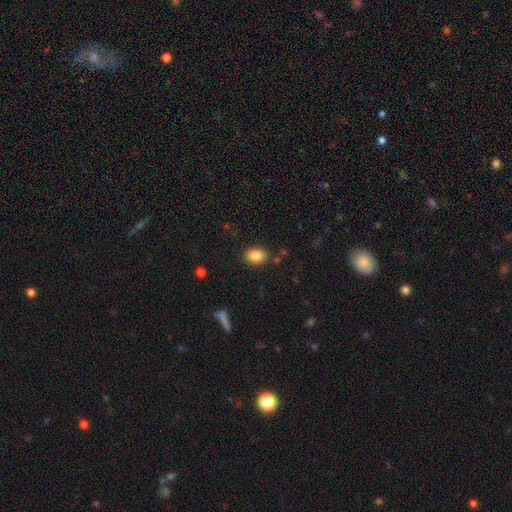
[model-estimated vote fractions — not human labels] A smooth galaxy with no disk features (86%) that is in between round and cigar-shaped (65%). Merging: none (84%).